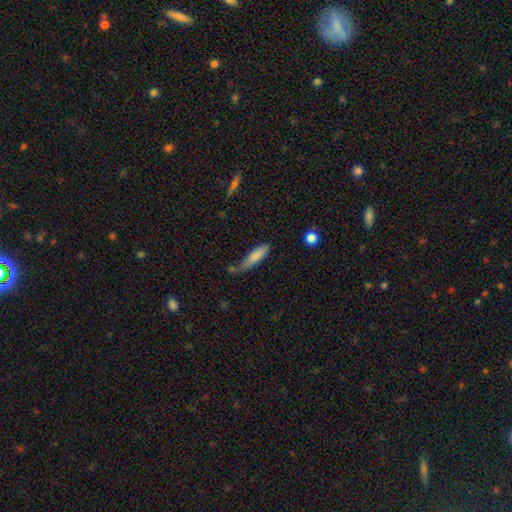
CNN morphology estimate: This appears to be a smooth galaxy with no disk features (80%) that is cigar-shaped (61%). Merging: none (41%).